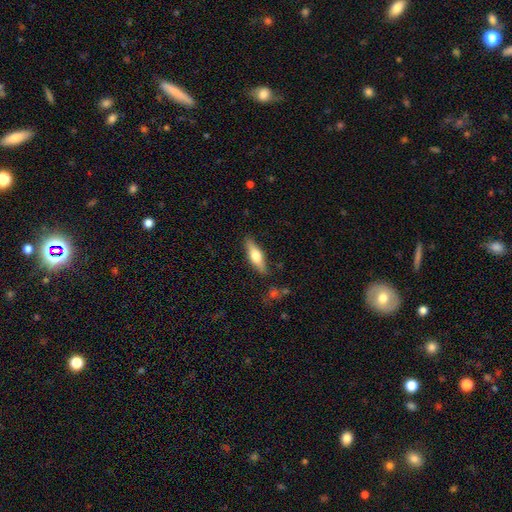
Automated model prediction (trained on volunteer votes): This appears to be a smooth galaxy with no disk features (50%) that is cigar-shaped (58%). Merging: none (87%).